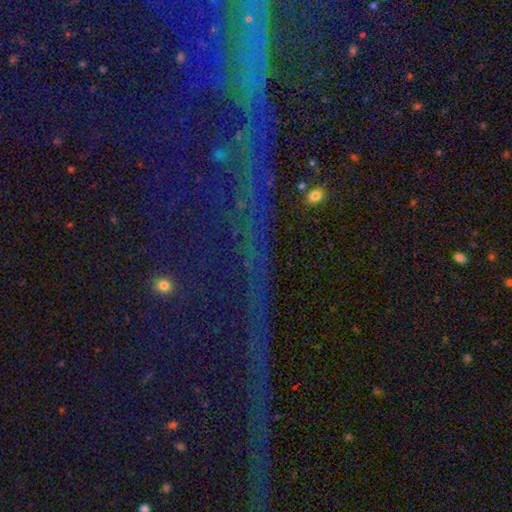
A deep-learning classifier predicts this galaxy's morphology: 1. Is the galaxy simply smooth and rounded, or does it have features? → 74% star or artifact, 14% smooth, 12% featured or disk.